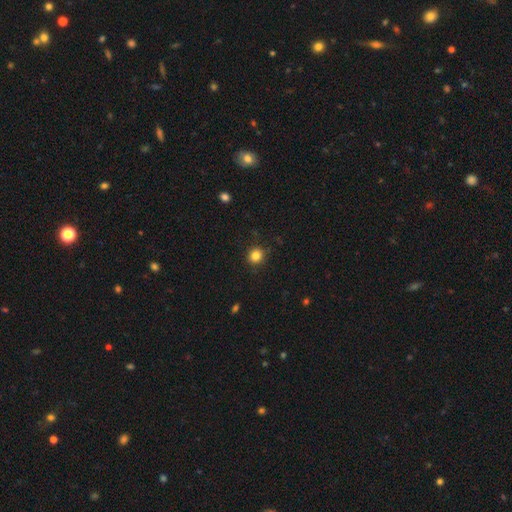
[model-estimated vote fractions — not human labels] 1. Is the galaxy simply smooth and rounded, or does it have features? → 83% smooth, 12% star or artifact, 5% featured or disk.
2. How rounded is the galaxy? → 88% round, 11% in between, 1% cigar-shaped.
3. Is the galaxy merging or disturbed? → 90% none, 7% minor disturbance, 2% major disturbance, 1% merger.